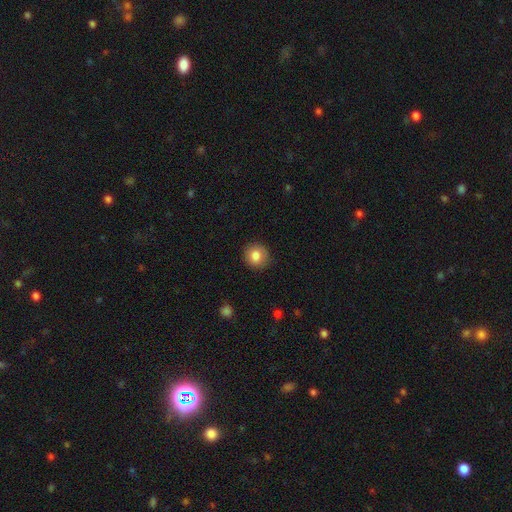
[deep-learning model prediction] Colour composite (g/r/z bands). It shows a smooth galaxy with no disk features (83%) that is round (87%). Merging: none (88%).